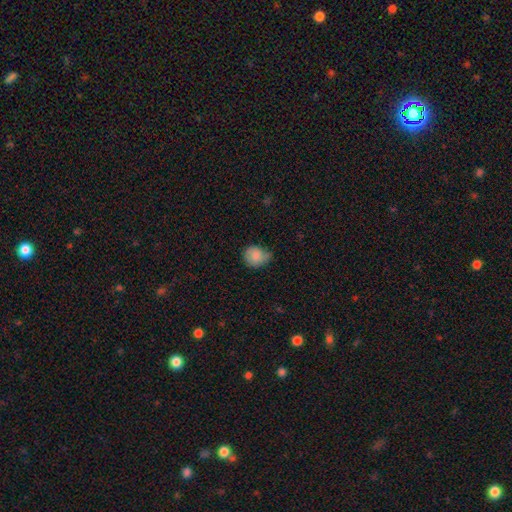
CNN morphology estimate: smooth 82%, featured or disk 10%, star or artifact 8%. Down the decision tree: how rounded — round (70%); merging — none (45%).